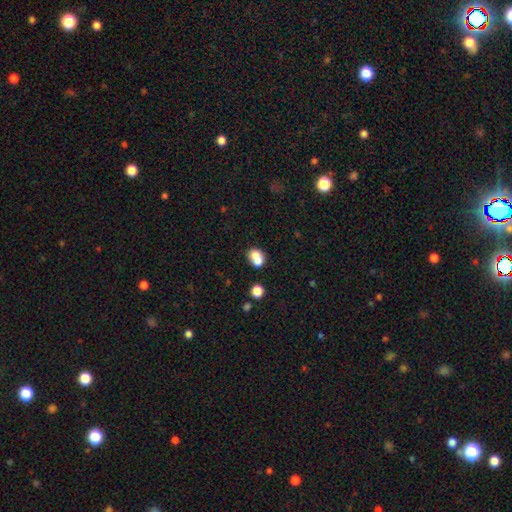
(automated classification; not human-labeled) smooth_or_featured: smooth (p=0.72) [alt: featured or disk p=0.17]
how_rounded: in between (p=0.52) [alt: round p=0.47]
merging: merger (p=0.57) [alt: none p=0.29]